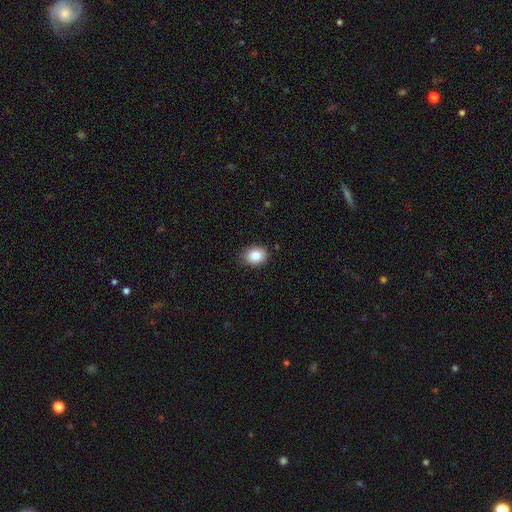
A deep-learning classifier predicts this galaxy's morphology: Overall: smooth (84%). How rounded: in between (59%; round 40%). Merging: none (85%).